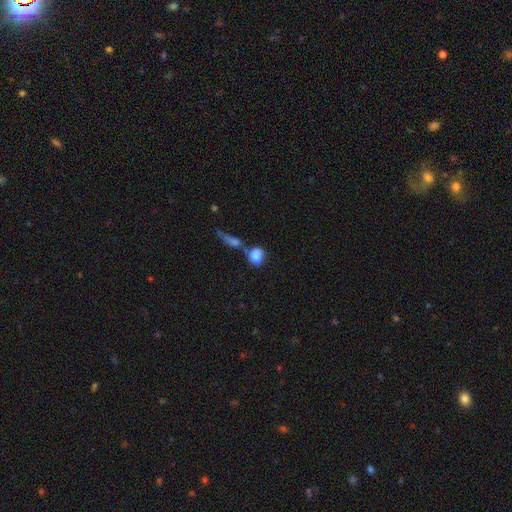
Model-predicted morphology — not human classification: Smooth or featured: smooth — 82% (featured or disk — 10%)
How rounded: round — 52% (in between — 44%)
Merging: none — 42% (merger — 36%)